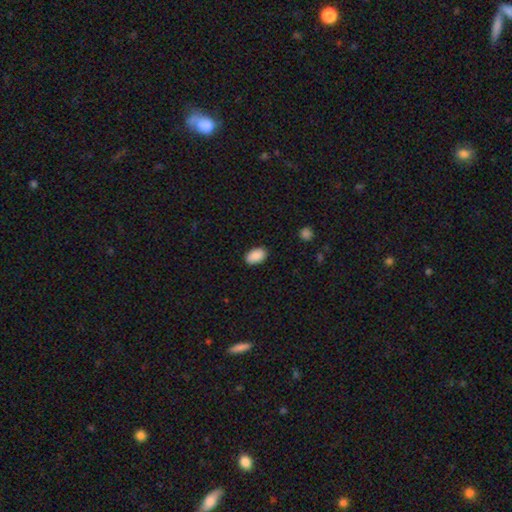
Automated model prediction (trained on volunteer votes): Morphology: type=smooth (90%); roundness=in between (92%); merging=none (87%).